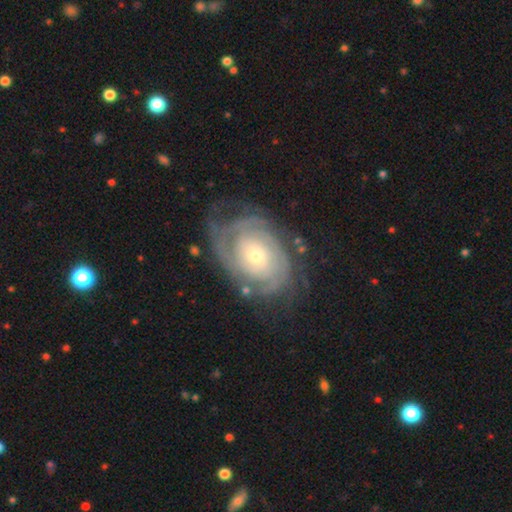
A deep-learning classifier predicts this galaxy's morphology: The model was most divided on "bulge size": moderate: 49%, small: 45%, large: 4%, none: 1%, dominant: 1%. Remaining: edge-on disk — no (97%); spiral arms — yes (94%); smooth or featured — featured or disk (86%); spiral winding — tight (76%); bar — no (75%); merging — none (67%); spiral arm count — can't tell (39%).